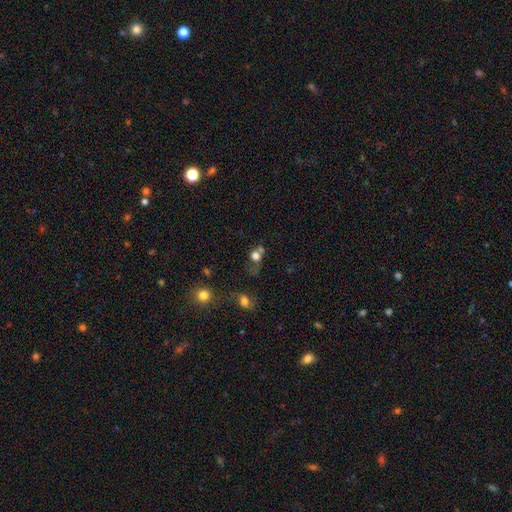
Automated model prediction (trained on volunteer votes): Morphology: type=smooth (68%); roundness=round (72%); merging=none (40%).